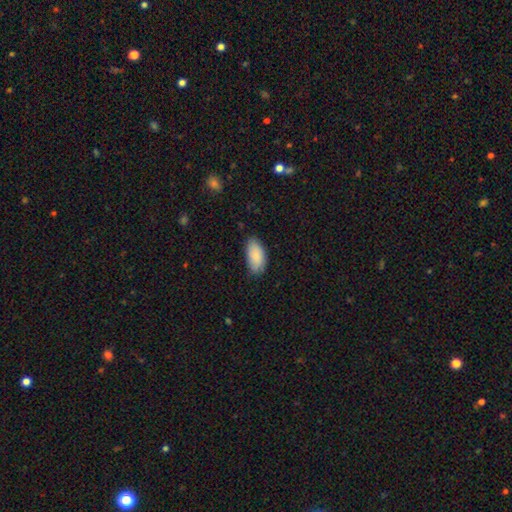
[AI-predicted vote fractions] This appears to be a smooth galaxy with no disk features (86%) that is in between round and cigar-shaped (93%). Merging: none (74%).